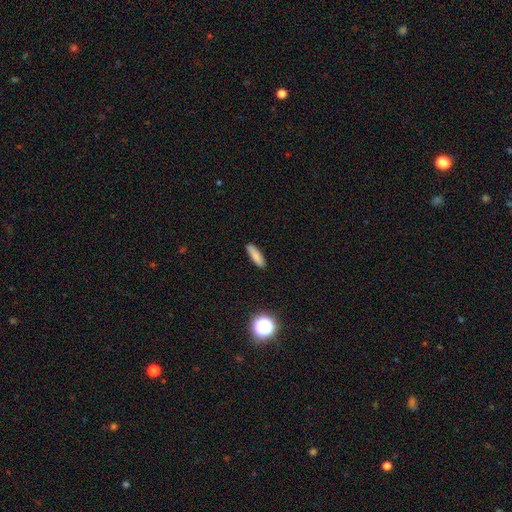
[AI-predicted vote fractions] smooth 84%, star or artifact 9%, featured or disk 7%. Down the decision tree: how rounded — cigar-shaped (61%); merging — none (88%).